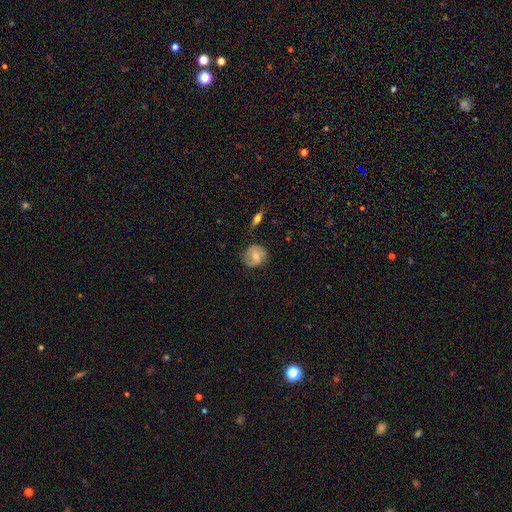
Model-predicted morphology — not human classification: Q: Smooth or featured?
A: featured or disk (52%); runner-up: smooth (41%)
Q: Edge-on disk?
A: no (96%); runner-up: yes (4%)
Q: Merging?
A: none (76%); runner-up: minor disturbance (17%)